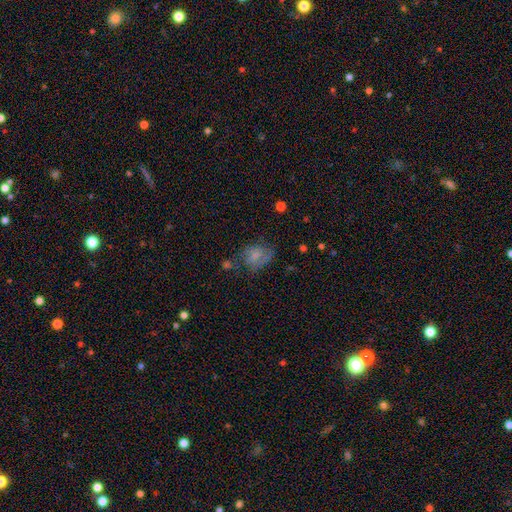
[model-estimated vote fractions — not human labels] smooth 50%, featured or disk 38%, star or artifact 12%. Down the decision tree: how rounded — in between (65%); merging — none (47%).